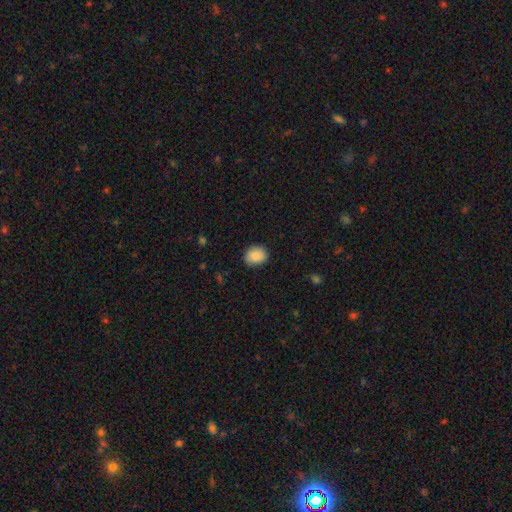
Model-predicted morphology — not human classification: smooth 89%, star or artifact 7%, featured or disk 4%. Down the decision tree: how rounded — round (57%); merging — none (85%).